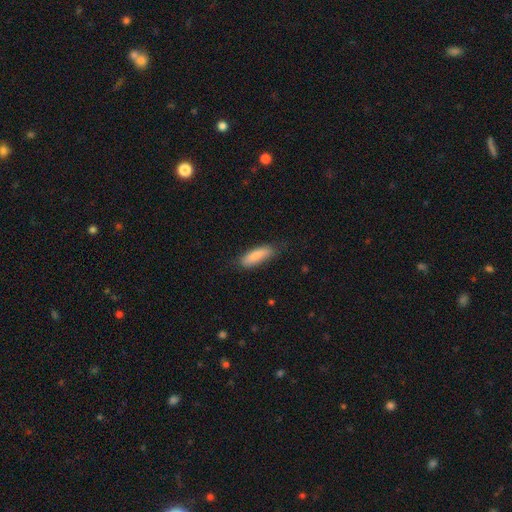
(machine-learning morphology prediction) A smooth galaxy with no disk features (84%) that is cigar-shaped (49%, tied with in between). Merging: none (73%).